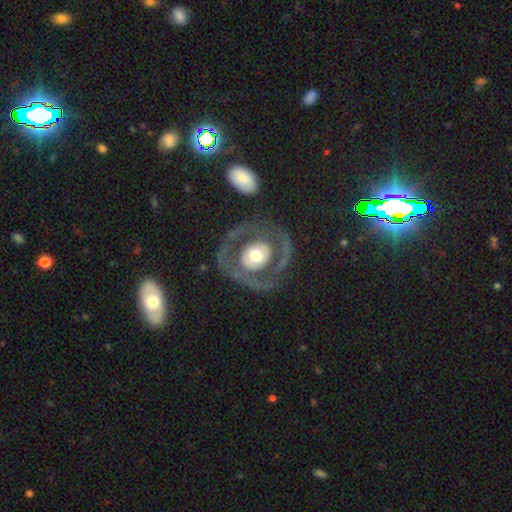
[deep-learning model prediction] This appears to be a featured or disk galaxy (69%) with no bar (81%), no spiral arms (57%) and a moderate central bulge (51%). Merging: none (69%).